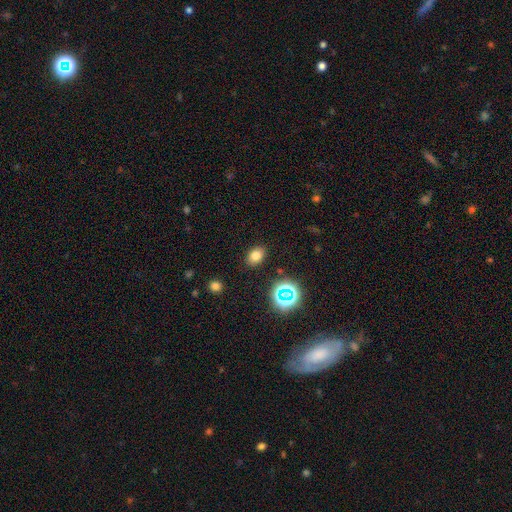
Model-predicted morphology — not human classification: A smooth galaxy with no disk features (75%) that is in between round and cigar-shaped (76%).

Vote fractions:
- Smooth or featured? smooth: 75% / star or artifact: 16% / featured or disk: 8%
- How rounded? in between: 76% / round: 23% / cigar-shaped: 1%
- Merging? none: 87% / minor disturbance: 9% / major disturbance: 3% / merger: 2%